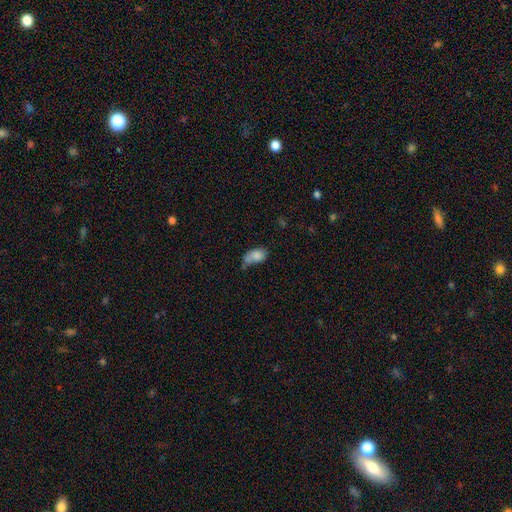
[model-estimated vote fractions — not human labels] smooth 77%, featured or disk 13%, star or artifact 9%. Down the decision tree: how rounded — in between (86%); merging — none (29%, tied with minor disturbance).